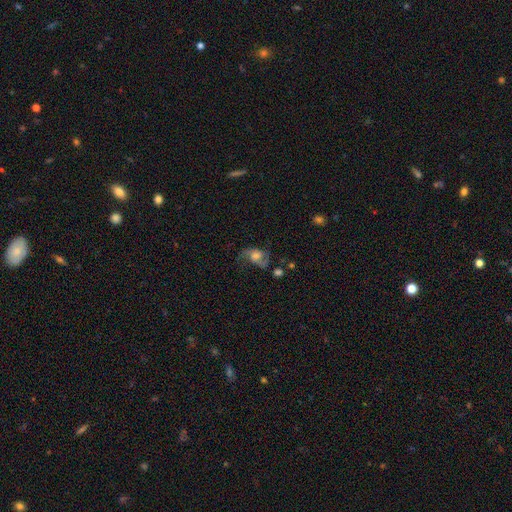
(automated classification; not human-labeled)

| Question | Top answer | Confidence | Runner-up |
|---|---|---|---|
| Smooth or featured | featured or disk | 56% | smooth (33%) |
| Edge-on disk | no | 95% | yes (5%) |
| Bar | no | 66% | weak (29%) |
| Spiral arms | yes | 80% | no (20%) |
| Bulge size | moderate | 37% | large (35%) |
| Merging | none | 45% | major disturbance (28%) |